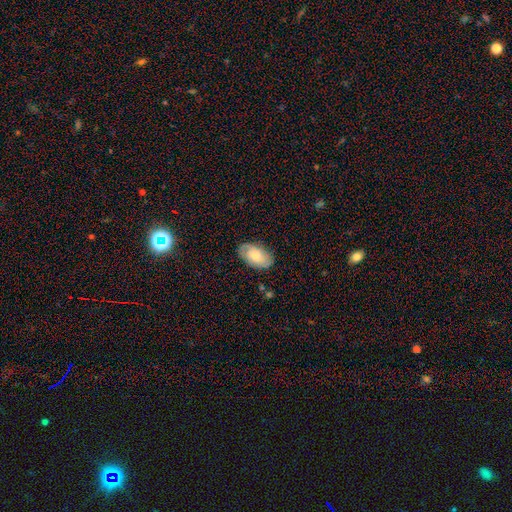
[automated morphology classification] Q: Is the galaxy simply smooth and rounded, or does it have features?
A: smooth — 57%.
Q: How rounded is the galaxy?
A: in between — 94%.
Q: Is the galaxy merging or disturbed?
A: none — 80%.